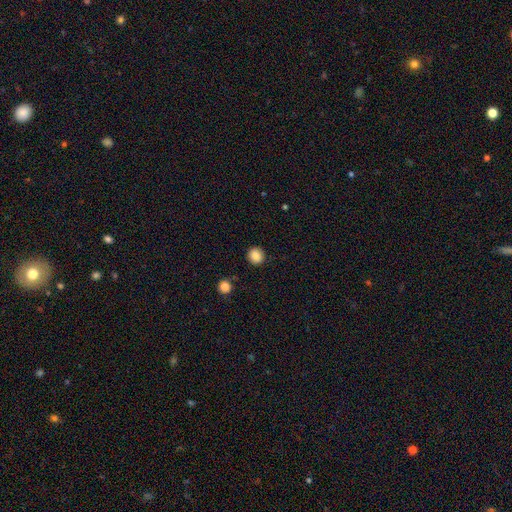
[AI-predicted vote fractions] A smooth galaxy with no disk features (86%) that is round (90%). Merging: none (91%).